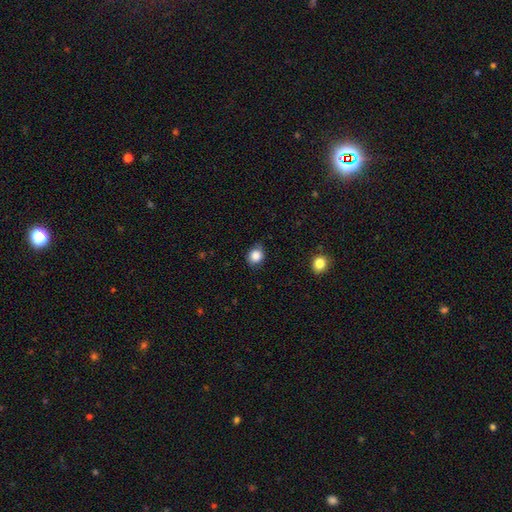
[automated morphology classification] Smooth or featured: smooth — 86% (star or artifact — 10%)
How rounded: round — 72% (in between — 27%)
Merging: none — 79% (minor disturbance — 16%)